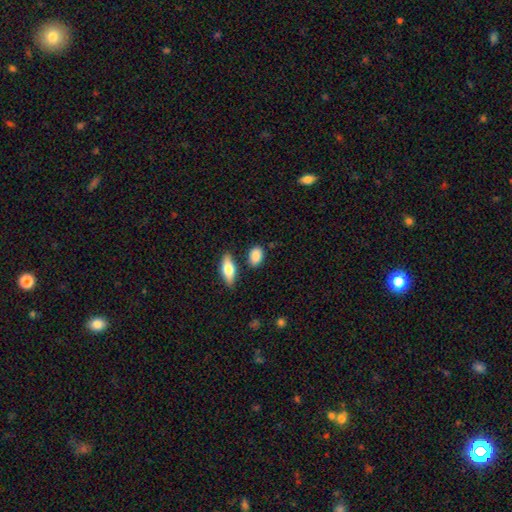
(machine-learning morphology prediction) smooth_or_featured: smooth (p=0.87) [alt: featured or disk p=0.07]
how_rounded: in between (p=0.82) [alt: round p=0.14]
merging: none (p=0.77) [alt: minor disturbance p=0.13]